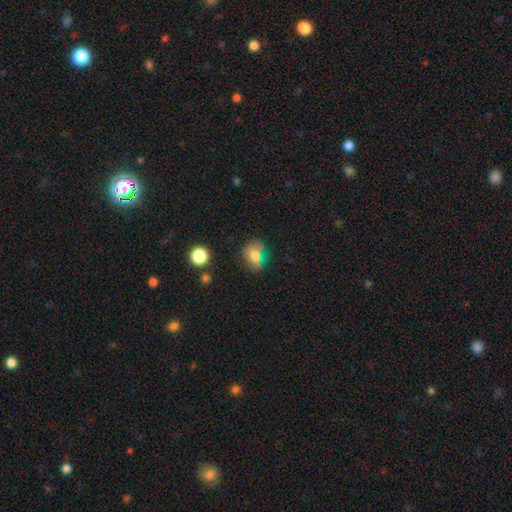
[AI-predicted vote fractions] Smooth or featured: smooth — 74% (star or artifact — 14%)
How rounded: round — 57% (in between — 41%)
Merging: none — 66% (minor disturbance — 20%)